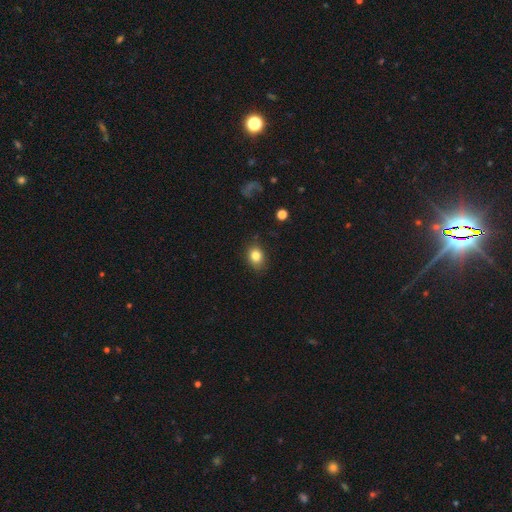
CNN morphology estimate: A smooth galaxy with no disk features (83%) that is round (51%).

Vote fractions:
- Smooth or featured? smooth: 83% / star or artifact: 10% / featured or disk: 7%
- How rounded? round: 51% / in between: 48% / cigar-shaped: 1%
- Merging? none: 82% / minor disturbance: 14% / major disturbance: 3% / merger: 1%